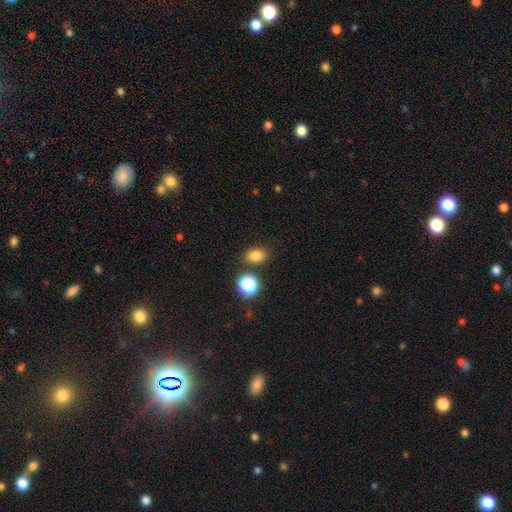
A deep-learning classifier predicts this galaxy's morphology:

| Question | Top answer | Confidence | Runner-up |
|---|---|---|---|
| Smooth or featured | smooth | 81% | star or artifact (14%) |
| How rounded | in between | 66% | round (33%) |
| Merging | none | 81% | minor disturbance (10%) |